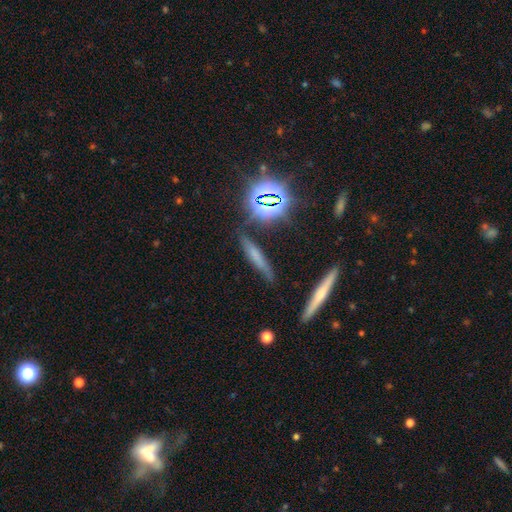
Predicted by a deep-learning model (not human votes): Smooth or featured? smooth (53%)
How rounded? cigar-shaped (84%)
Merging? none (77%)